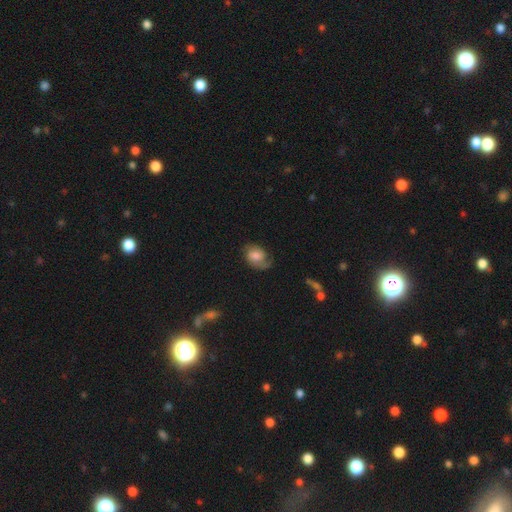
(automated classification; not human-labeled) Smooth or featured: featured or disk — 55% (smooth — 38%)
Edge-on disk: no — 96% (yes — 4%)
Bar: no — 66% (weak — 29%)
Spiral arms: yes — 88% (no — 12%)
Bulge size: moderate — 55% (small — 21%)
Merging: none — 61% (minor disturbance — 25%)